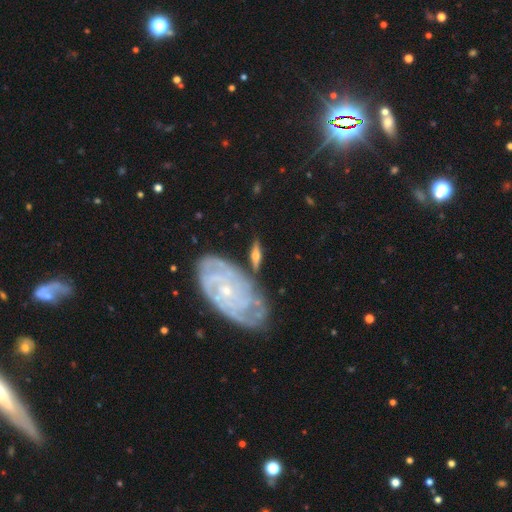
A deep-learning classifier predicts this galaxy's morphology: This appears to be a featured or disk galaxy (65%) viewed edge-on (53%). Merging: none (68%).